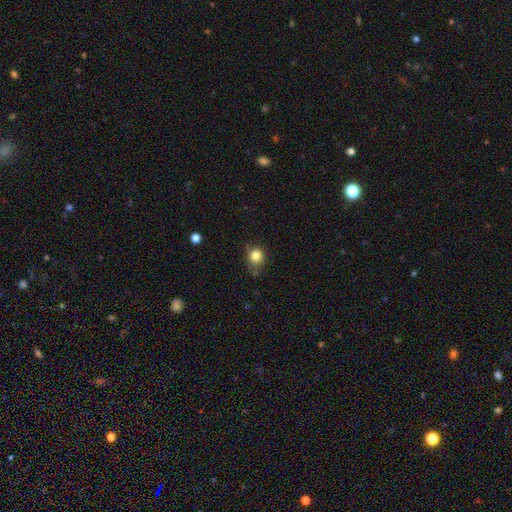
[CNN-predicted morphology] smooth_or_featured: smooth (p=0.83) [alt: star or artifact p=0.11]
how_rounded: round (p=0.86) [alt: in between p=0.13]
merging: none (p=0.74) [alt: minor disturbance p=0.18]